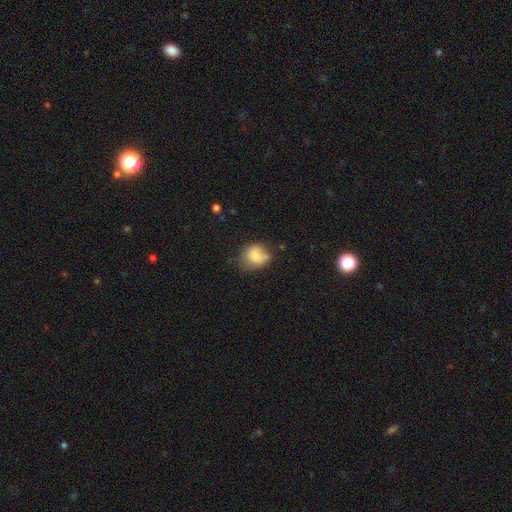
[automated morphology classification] type=smooth (78%); roundness=round (70%); merging=none (54%).